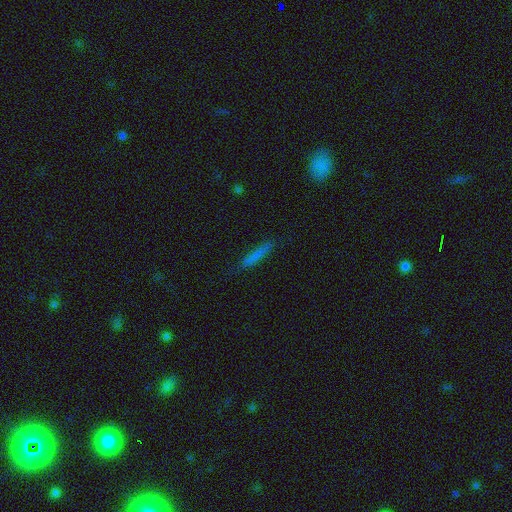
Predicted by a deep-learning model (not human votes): A smooth galaxy with no disk features (75%) that is cigar-shaped (93%).

Vote fractions:
- Smooth or featured? smooth: 75% / featured or disk: 17% / star or artifact: 9%
- How rounded? cigar-shaped: 93% / in between: 6% / round: 2%
- Merging? none: 84% / minor disturbance: 12% / major disturbance: 3% / merger: 1%